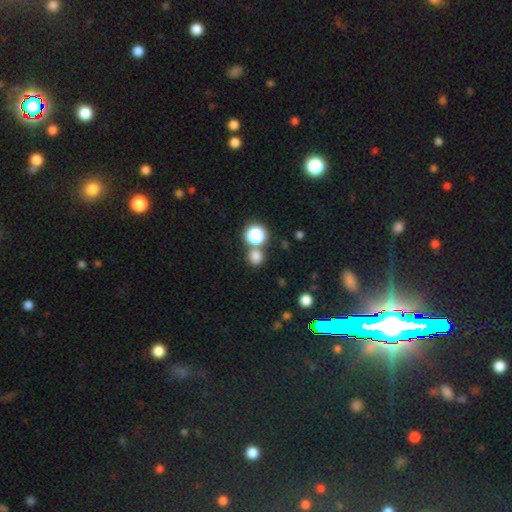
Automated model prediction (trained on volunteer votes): Smooth or featured? smooth (76%)
How rounded? round (86%)
Merging? none (70%)